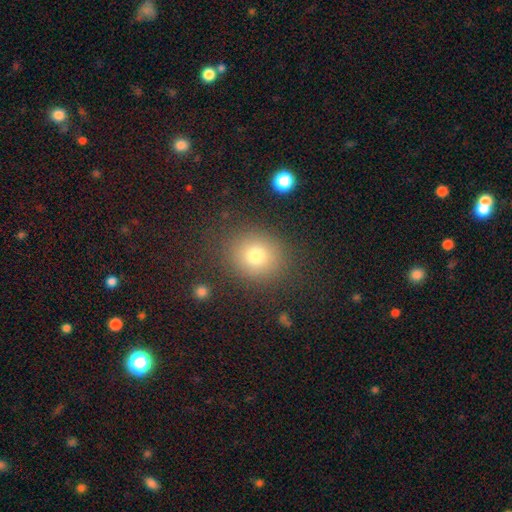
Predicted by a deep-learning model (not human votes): The model was most divided on "how rounded": round: 75%, in between: 24%, cigar-shaped: 1%. More confident: merging — none (84%); smooth or featured — smooth (76%).